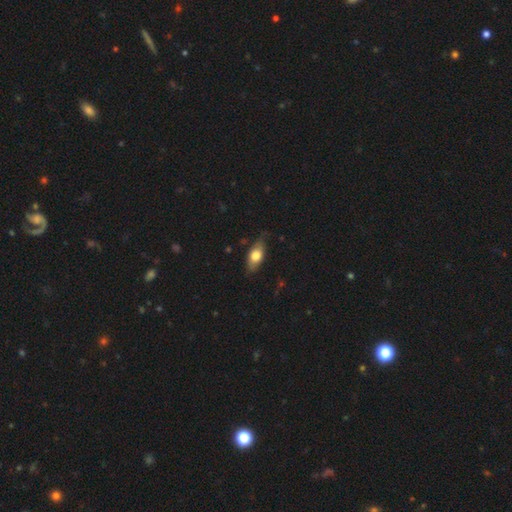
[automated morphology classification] Smooth or featured? Predicted: smooth (p=0.69). How rounded? Predicted: in between (p=0.83). Merging? Predicted: none (p=0.74).